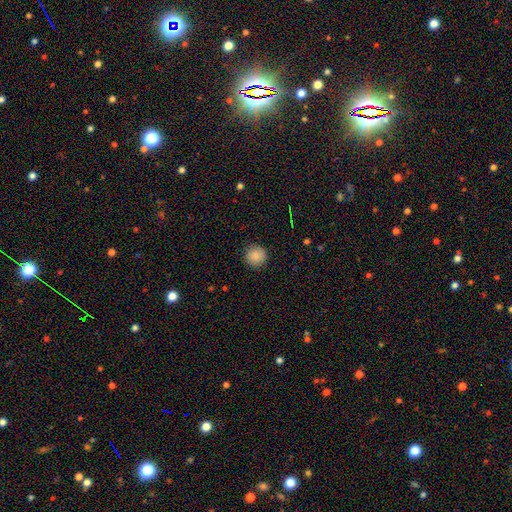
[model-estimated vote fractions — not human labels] Smooth or featured? Predicted: smooth (p=0.87). How rounded? Predicted: round (p=0.95). Merging? Predicted: none (p=0.91).